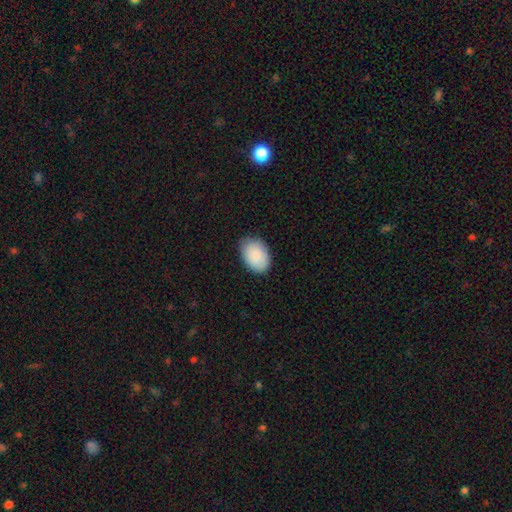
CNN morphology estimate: Smooth or featured?
  - smooth: 90% *
  - star or artifact: 6%
  - featured or disk: 4%
How rounded?
  - in between: 88% *
  - round: 11%
  - cigar-shaped: 1%
Merging?
  - none: 81% *
  - minor disturbance: 15%
  - major disturbance: 2%
  - merger: 1%